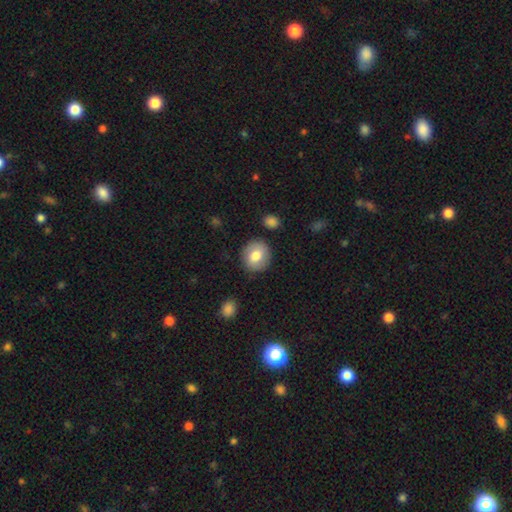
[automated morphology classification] Smooth or featured: smooth — 74% (featured or disk — 18%)
How rounded: round — 79% (in between — 20%)
Merging: none — 85% (minor disturbance — 10%)